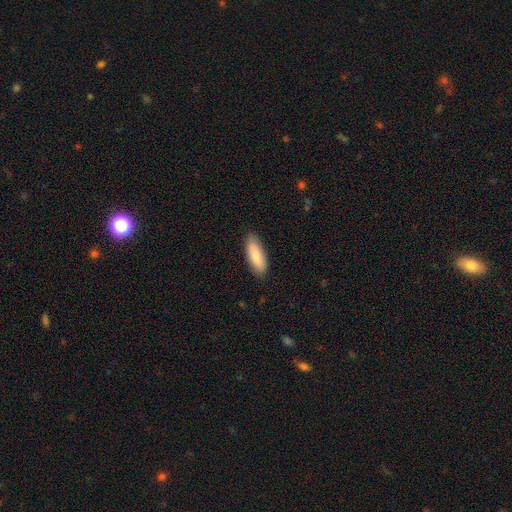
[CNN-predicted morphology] A smooth galaxy with no disk features (81%) that is in between round and cigar-shaped (65%).

Vote fractions:
- Smooth or featured? smooth: 81% / featured or disk: 14% / star or artifact: 6%
- How rounded? in between: 65% / cigar-shaped: 33% / round: 2%
- Merging? none: 88% / minor disturbance: 10% / major disturbance: 2% / merger: 1%